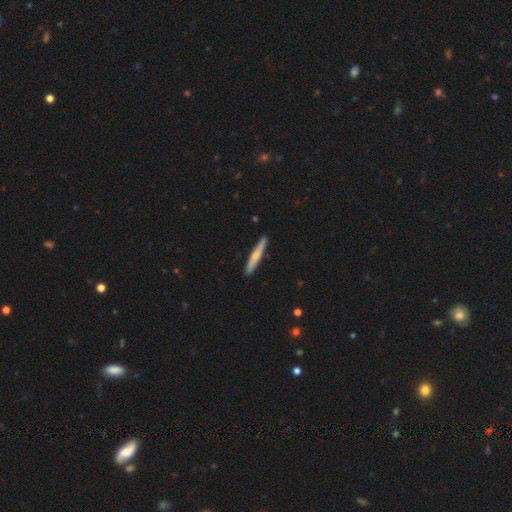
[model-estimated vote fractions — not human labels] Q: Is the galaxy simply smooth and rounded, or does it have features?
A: smooth — 57%.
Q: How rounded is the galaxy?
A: cigar-shaped — 94%.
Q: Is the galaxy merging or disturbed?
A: none — 89%.